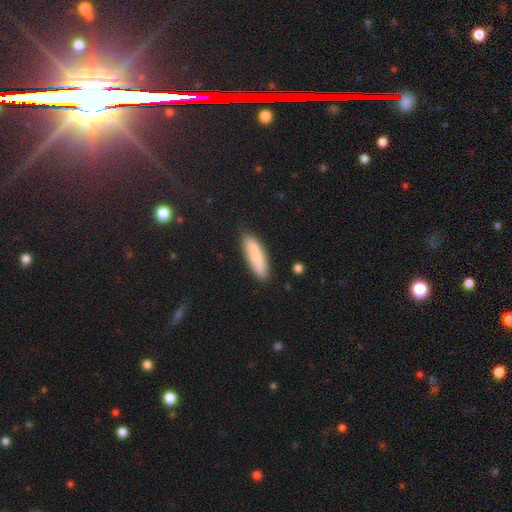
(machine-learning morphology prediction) Smooth or featured: smooth — 86% (featured or disk — 8%)
How rounded: cigar-shaped — 66% (in between — 32%)
Merging: none — 86% (minor disturbance — 10%)